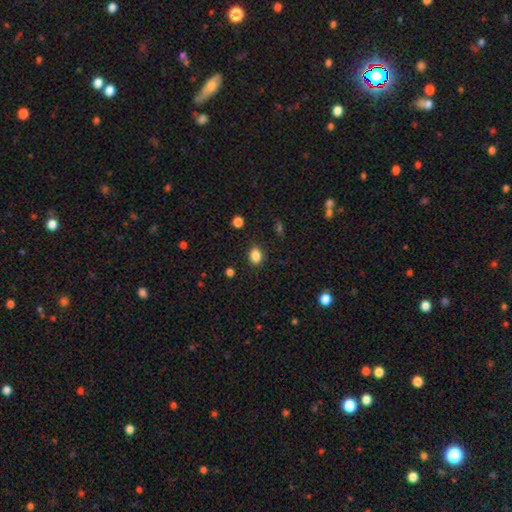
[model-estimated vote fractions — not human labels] Smooth or featured: smooth — 85% (star or artifact — 10%)
How rounded: in between — 66% (round — 33%)
Merging: none — 86% (minor disturbance — 10%)